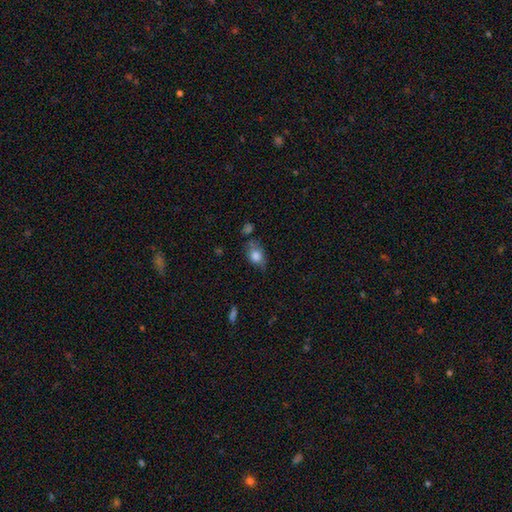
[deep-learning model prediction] Q: Smooth or featured?
A: smooth (78%); runner-up: featured or disk (13%)
Q: How rounded?
A: in between (71%); runner-up: round (27%)
Q: Merging?
A: none (51%); runner-up: minor disturbance (30%)